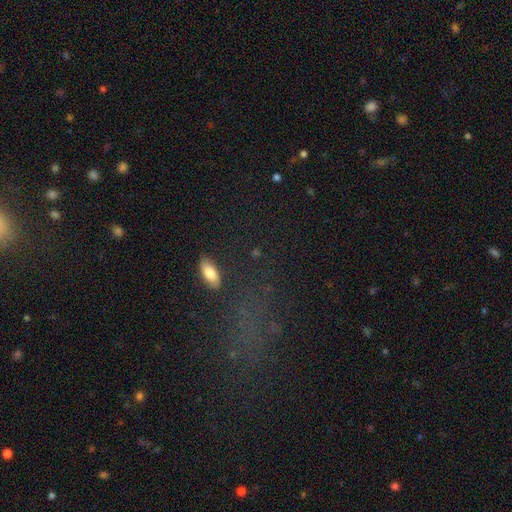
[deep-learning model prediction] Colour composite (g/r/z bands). It shows a star or artifact, not a galaxy (44%).